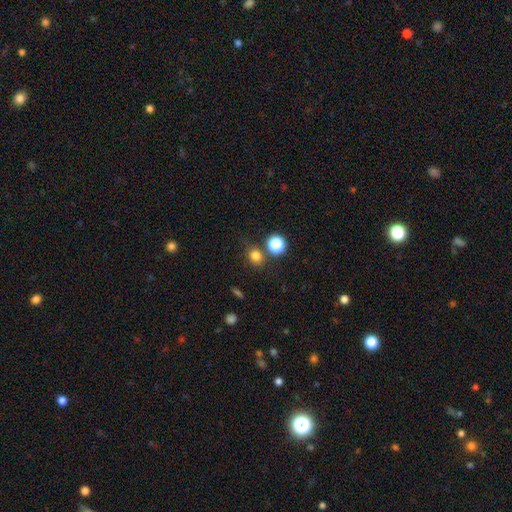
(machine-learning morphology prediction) Smooth or featured? Predicted: smooth (p=0.77). How rounded? Predicted: round (p=0.74). Merging? Predicted: none (p=0.73).